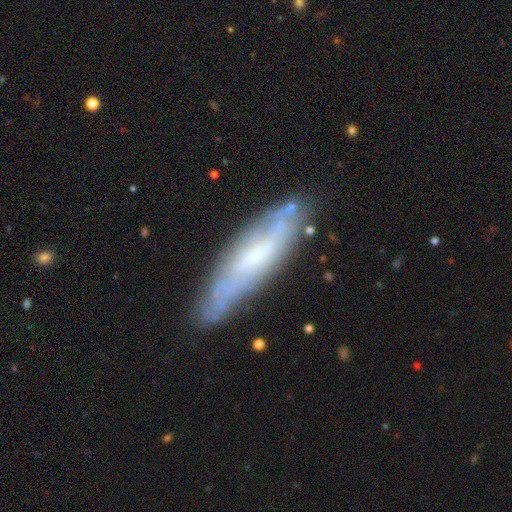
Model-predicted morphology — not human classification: Q: Smooth or featured?
A: featured or disk (58%); runner-up: smooth (35%)
Q: Edge-on disk?
A: no (54%); runner-up: yes (46%)
Q: Merging?
A: none (75%); runner-up: minor disturbance (18%)